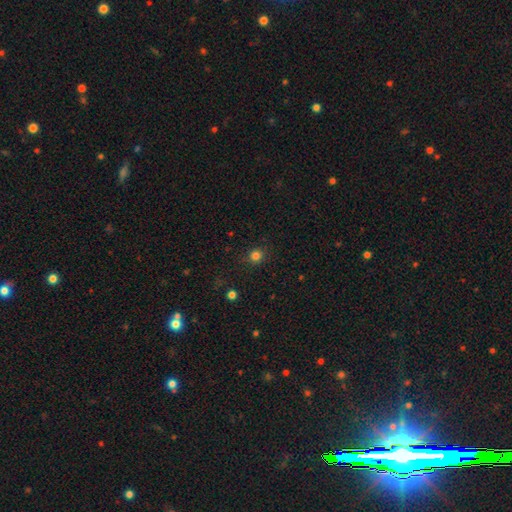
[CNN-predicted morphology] Smooth or featured? smooth (81%)
How rounded? round (91%)
Merging? none (88%)